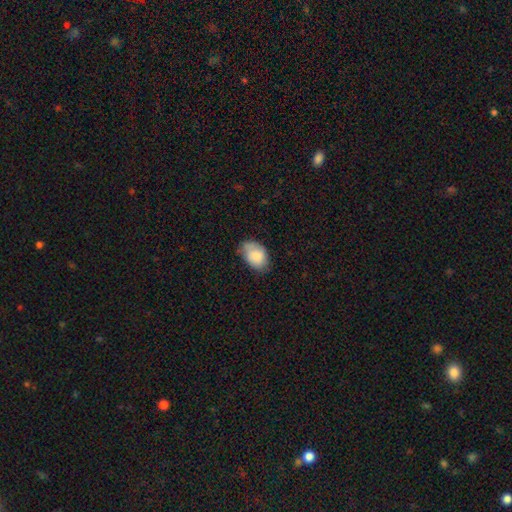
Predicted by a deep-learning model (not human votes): A smooth galaxy with no disk features (83%) that is in between round and cigar-shaped (85%). Merging: none (56%).